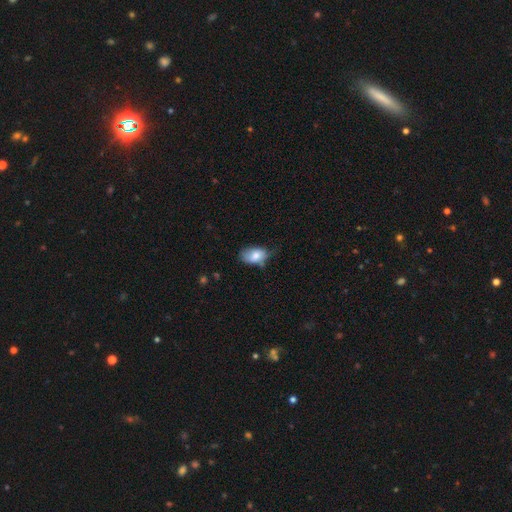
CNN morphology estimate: Smooth or featured? smooth (77%)
How rounded? in between (89%)
Merging? none (44%)